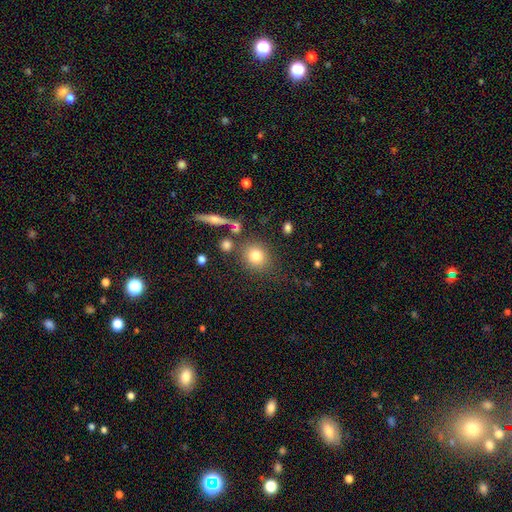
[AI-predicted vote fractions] A smooth galaxy with no disk features (77%) that is round (79%). Merging: none (76%).